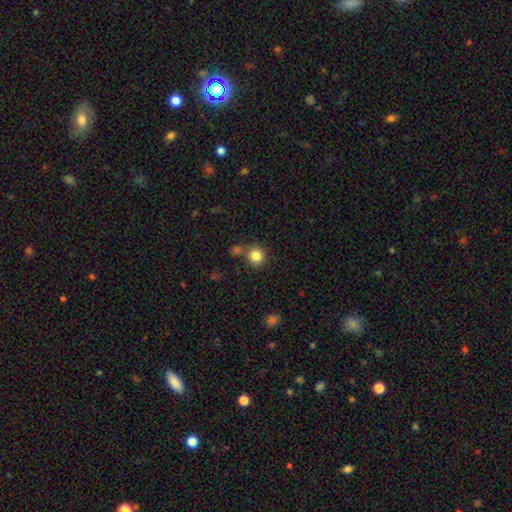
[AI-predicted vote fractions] smooth-or-featured: smooth: 83% | star or artifact: 11% | featured or disk: 6%
  how-rounded: round: 91% | in between: 8% | cigar-shaped: 1%
  merging: none: 70% | merger: 17% | minor disturbance: 10% | major disturbance: 3%